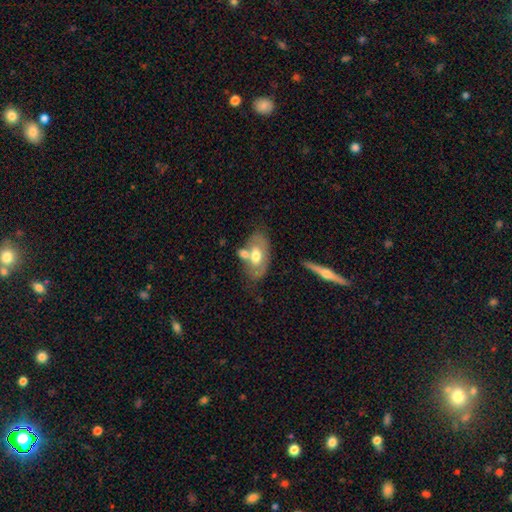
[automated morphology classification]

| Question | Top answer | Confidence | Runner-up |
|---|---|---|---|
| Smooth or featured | smooth | 51% | featured or disk (43%) |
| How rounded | in between | 90% | round (6%) |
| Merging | none | 44% | merger (31%) |